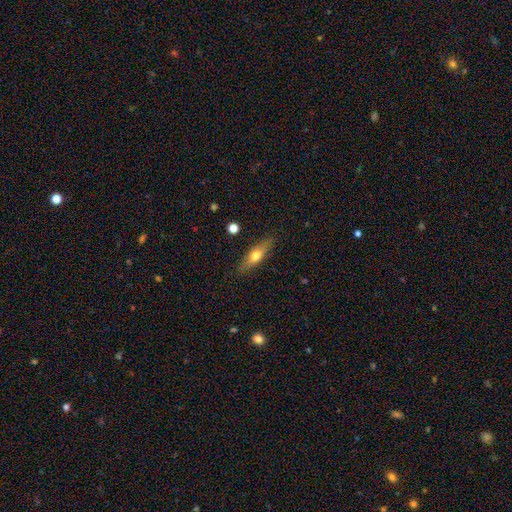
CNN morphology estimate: type=smooth (59%); roundness=cigar-shaped (54%); merging=none (84%).